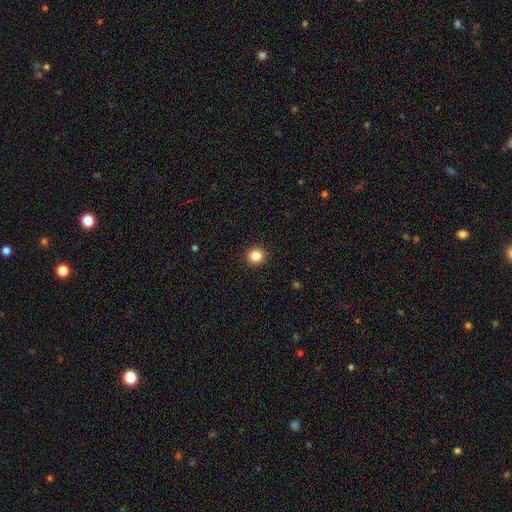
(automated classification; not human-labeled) A smooth galaxy with no disk features (85%) that is round (91%). Merging: none (93%).